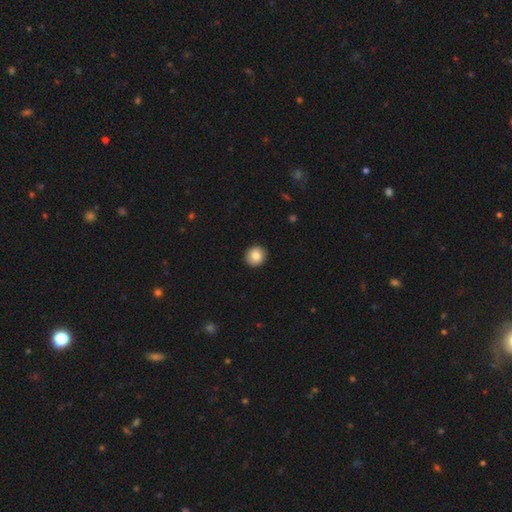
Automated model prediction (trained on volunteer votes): A smooth galaxy with no disk features (85%) that is round (91%).

Vote fractions:
- Smooth or featured? smooth: 85% / star or artifact: 8% / featured or disk: 7%
- How rounded? round: 91% / in between: 8% / cigar-shaped: 1%
- Merging? none: 92% / minor disturbance: 6% / major disturbance: 1% / merger: 1%